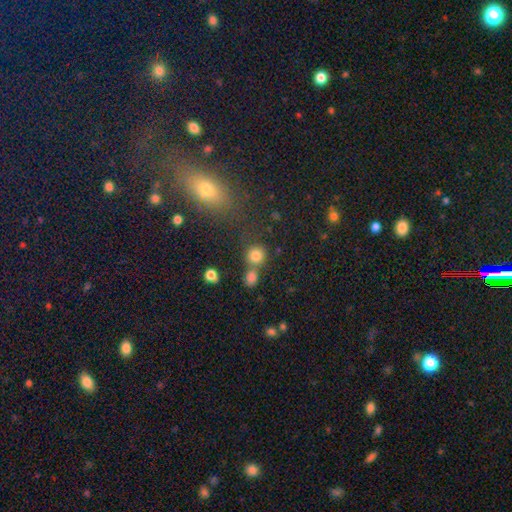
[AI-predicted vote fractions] Smooth or featured? smooth (80%)
How rounded? round (88%)
Merging? none (60%)